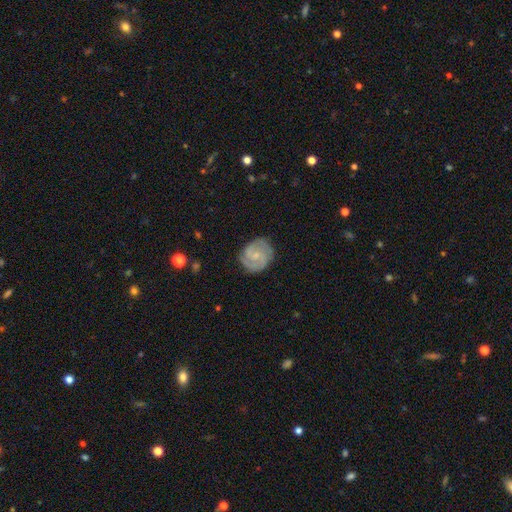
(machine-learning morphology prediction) This is likely a featured or disk galaxy (78%). It is clearly not viewed edge-on (98%). Bar: possibly no (60%). Spiral arm pattern: clearly yes (95%). Spiral arm count: possibly 2 (57%). Spiral winding: possibly tight (49%). Central bulge: likely small (71%). Merging: likely none (78%).